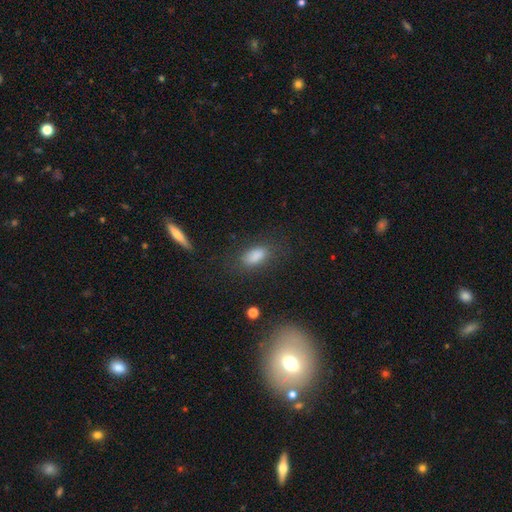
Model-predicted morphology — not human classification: smooth_or_featured: smooth (p=0.81) [alt: star or artifact p=0.10]
how_rounded: in between (p=0.82) [alt: cigar-shaped p=0.12]
merging: none (p=0.77) [alt: minor disturbance p=0.15]